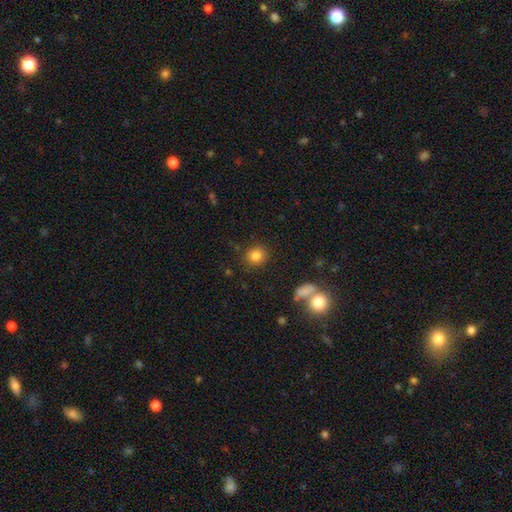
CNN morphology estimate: Overall: smooth (83%). How rounded: round (86%). Merging: none (86%).